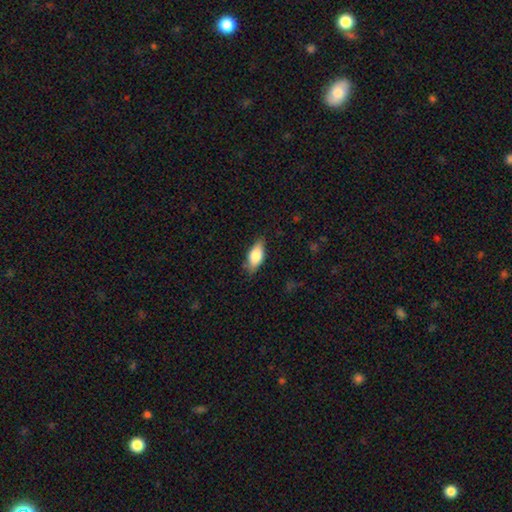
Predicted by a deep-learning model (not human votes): smooth_or_featured: smooth (p=0.79) [alt: featured or disk p=0.15]
how_rounded: in between (p=0.86) [alt: cigar-shaped p=0.11]
merging: none (p=0.79) [alt: minor disturbance p=0.16]